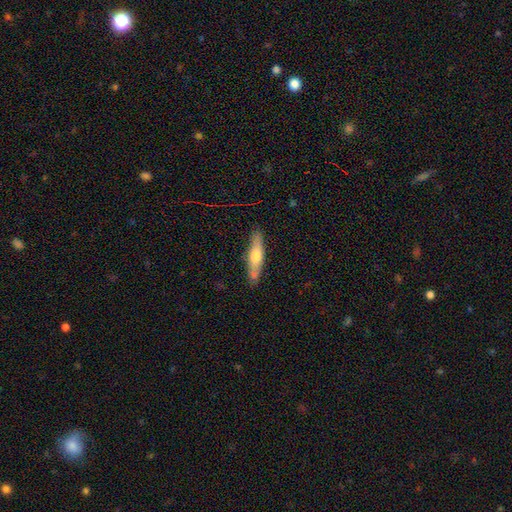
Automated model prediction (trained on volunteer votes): This appears to be a smooth galaxy with no disk features (58%) that is cigar-shaped (77%). Merging: none (76%).